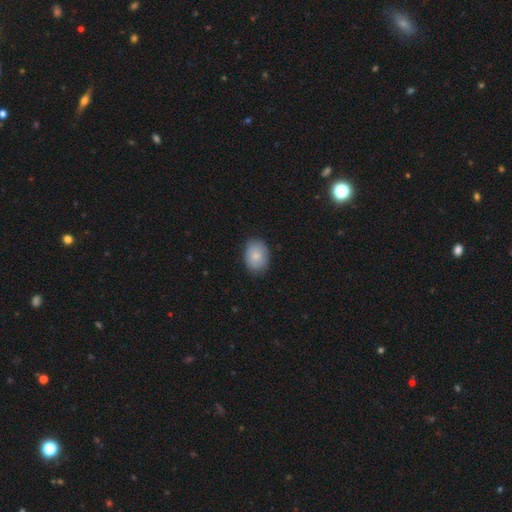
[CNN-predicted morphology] This is clearly a smooth galaxy (83%). How rounded: likely in between (73%). Merging: clearly none (84%).